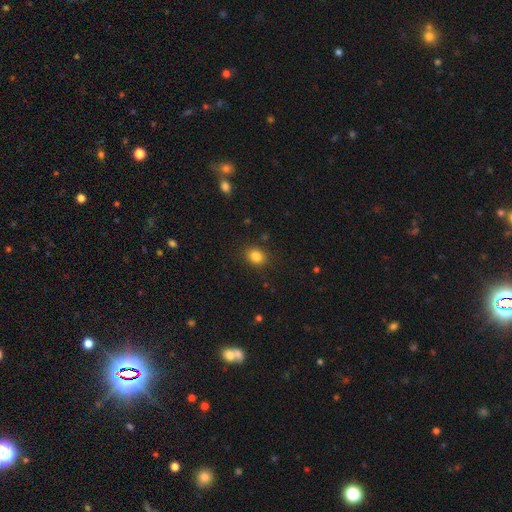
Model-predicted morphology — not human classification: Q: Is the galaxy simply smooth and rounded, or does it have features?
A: smooth — 83%.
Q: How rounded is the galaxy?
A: round — 60%.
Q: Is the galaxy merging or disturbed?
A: none — 87%.